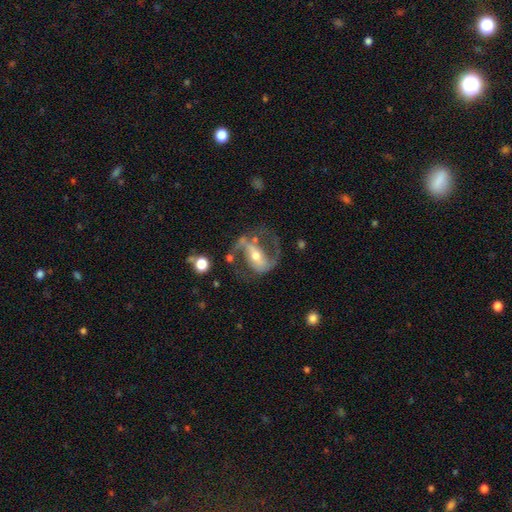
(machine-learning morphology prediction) featured or disk 85%, smooth 9%, star or artifact 6%. Down the decision tree: edge-on disk — no (96%); bar — strong (51%); spiral arms — yes (93%); spiral arm count — 2 (88%); spiral winding — medium (51%); bulge size — moderate (60%); merging — none (59%).